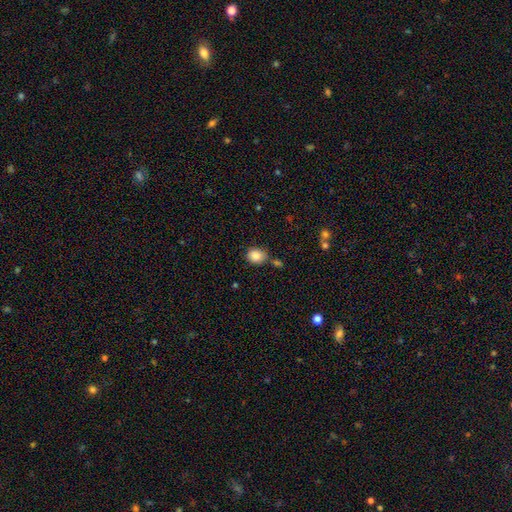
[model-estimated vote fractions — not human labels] Smooth or featured? Predicted: smooth (p=0.87). How rounded? Predicted: round (p=0.55). Merging? Predicted: none (p=0.70).